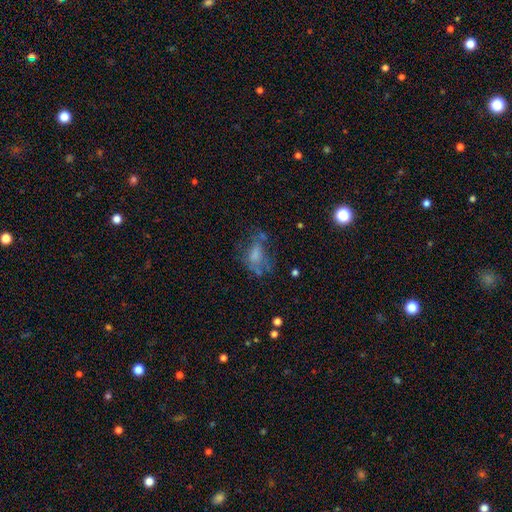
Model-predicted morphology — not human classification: Smooth or featured?
  - smooth: 47% *
  - featured or disk: 37%
  - star or artifact: 16%
Merging?
  - none: 37% *
  - major disturbance: 32%
  - minor disturbance: 23%
  - merger: 8%